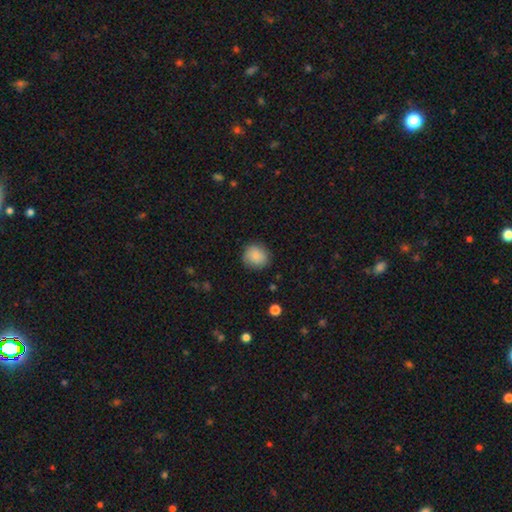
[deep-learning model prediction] The model was most divided on "merging": none: 84%, minor disturbance: 12%, major disturbance: 3%, merger: 1%. More confident: how rounded — round (86%); smooth or featured — smooth (84%).